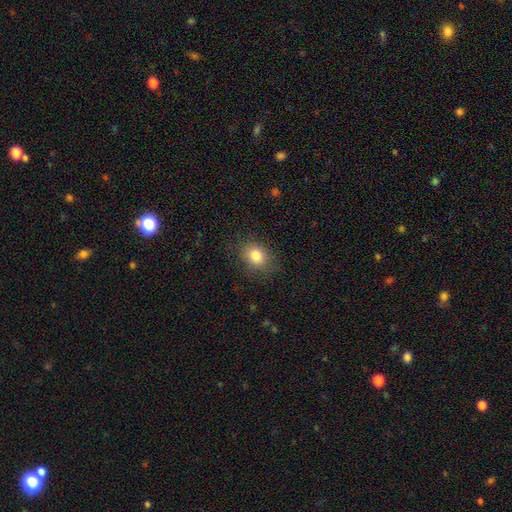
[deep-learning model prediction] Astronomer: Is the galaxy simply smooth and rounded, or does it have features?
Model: smooth — 82%.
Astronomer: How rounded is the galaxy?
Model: in between — 51% (runner-up: round, 48%).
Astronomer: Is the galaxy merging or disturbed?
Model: none — 84%.